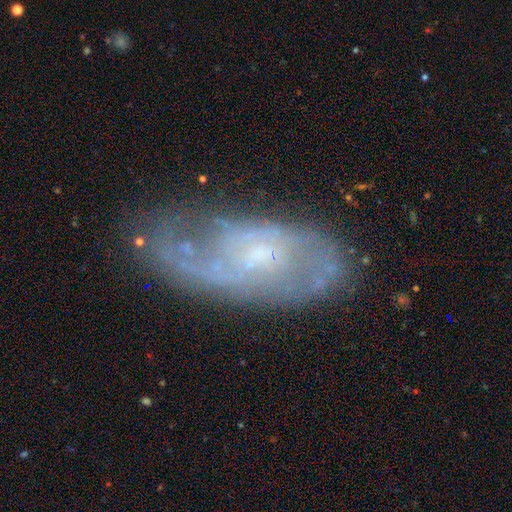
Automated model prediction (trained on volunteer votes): Smooth or featured?
  - featured or disk: 73% *
  - smooth: 20%
  - star or artifact: 8%
Edge-on disk?
  - no: 91% *
  - yes: 9%
Bar?
  - no: 51% *
  - weak: 43%
  - strong: 6%
Spiral arms?
  - yes: 78% *
  - no: 22%
Spiral winding?
  - medium: 41% *
  - tight: 33%
  - loose: 26%
Spiral arm count?
  - can't tell: 40% *
  - 2: 36%
  - 1: 14%
  - 3: 5%
  - 4: 2%
  - more than 4: 2%
Bulge size?
  - small: 51% *
  - moderate: 32%
  - none: 13%
  - large: 3%
  - dominant: 1%
Merging?
  - none: 62% *
  - minor disturbance: 23%
  - major disturbance: 12%
  - merger: 3%